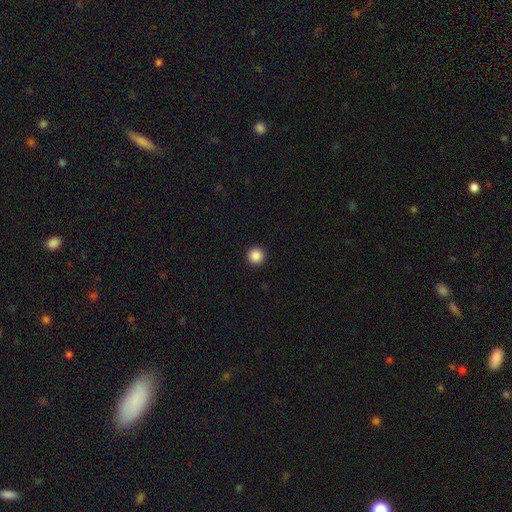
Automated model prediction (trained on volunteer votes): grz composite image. It shows a smooth galaxy with no disk features (87%) that is round (96%). Merging: none (94%).